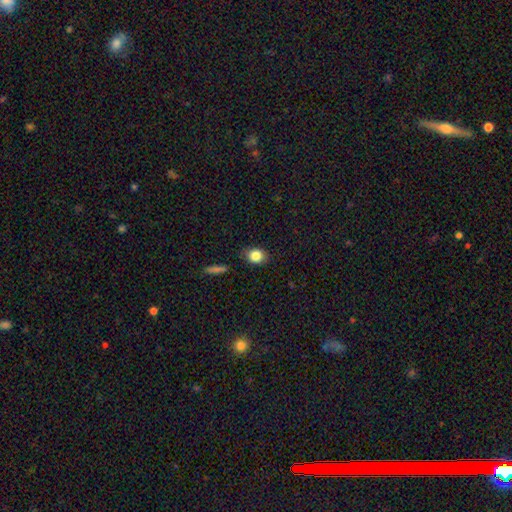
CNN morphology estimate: This appears to be a smooth galaxy with no disk features (83%) that is round (57%). Merging: none (83%).